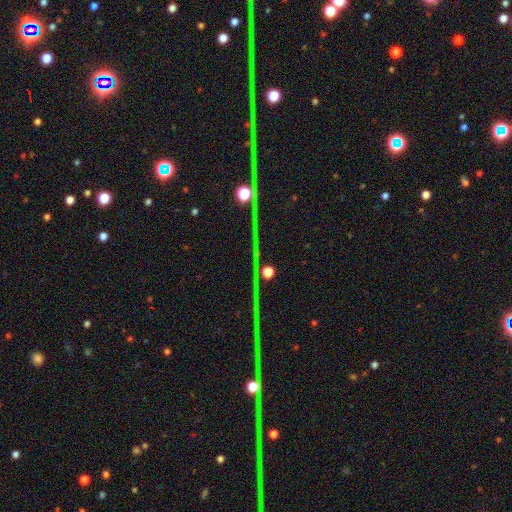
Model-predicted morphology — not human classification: The model was most divided on "smooth or featured": star or artifact: 78%, featured or disk: 12%, smooth: 10%.